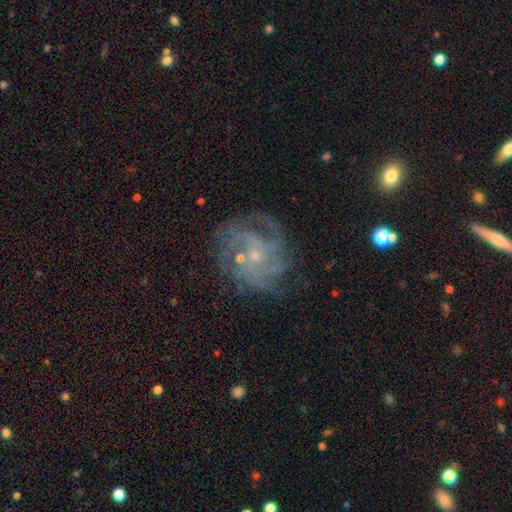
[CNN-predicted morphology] Overall: featured or disk (81%). Edge-on disk: no (98%). Bar: no (73%). Spiral arms: yes (91%). Spiral arm count: can't tell (32%; 4 22%). Spiral winding: tight (53%; medium 35%). Bulge size: small (77%). Merging: none (65%).